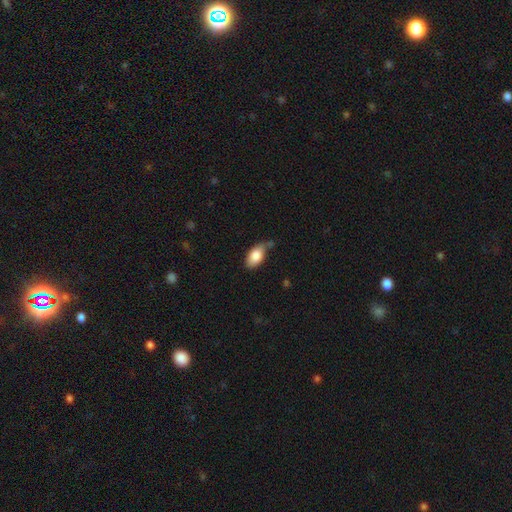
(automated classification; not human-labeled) Overall: smooth (83%). How rounded: in between (92%). Merging: none (56%; minor disturbance 31%).